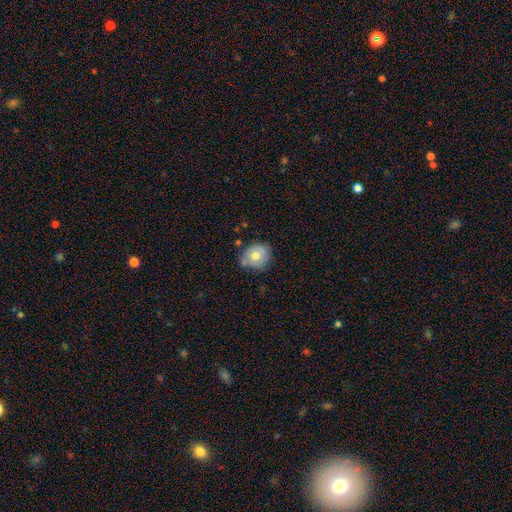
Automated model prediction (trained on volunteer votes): Smooth or featured?
  - smooth: 69% *
  - featured or disk: 23%
  - star or artifact: 8%
How rounded?
  - round: 72% *
  - in between: 27%
  - cigar-shaped: 1%
Merging?
  - none: 65% *
  - minor disturbance: 23%
  - merger: 7%
  - major disturbance: 5%